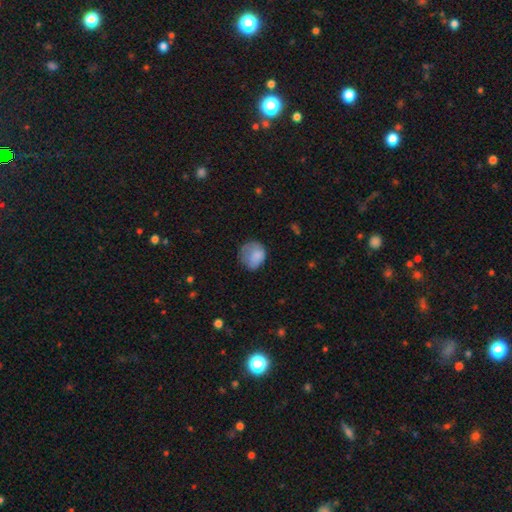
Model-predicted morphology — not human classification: Smooth or featured? smooth (79%)
How rounded? round (66%)
Merging? none (48%)